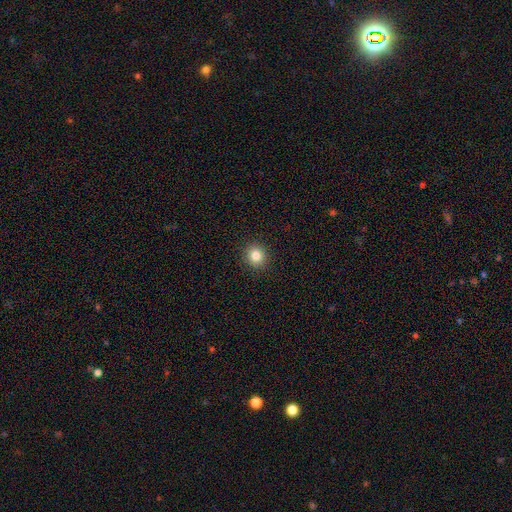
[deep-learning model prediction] smooth-or-featured: smooth: 83% | star or artifact: 11% | featured or disk: 6%
  how-rounded: round: 89% | in between: 10% | cigar-shaped: 1%
  merging: none: 92% | minor disturbance: 5% | major disturbance: 2% | merger: 1%